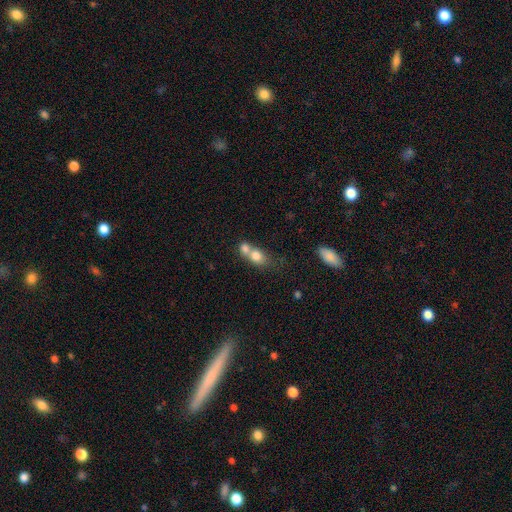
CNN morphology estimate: Smooth or featured?
  - smooth: 75% *
  - featured or disk: 16%
  - star or artifact: 9%
How rounded?
  - in between: 54% *
  - round: 43%
  - cigar-shaped: 3%
Merging?
  - merger: 69% *
  - none: 21%
  - minor disturbance: 7%
  - major disturbance: 4%